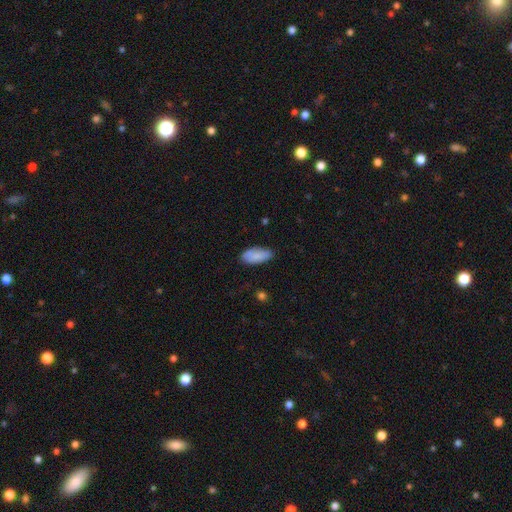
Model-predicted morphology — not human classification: smooth-or-featured: smooth: 82% | featured or disk: 11% | star or artifact: 6%
  how-rounded: in between: 88% | cigar-shaped: 10% | round: 2%
  merging: none: 72% | minor disturbance: 21% | major disturbance: 4% | merger: 3%